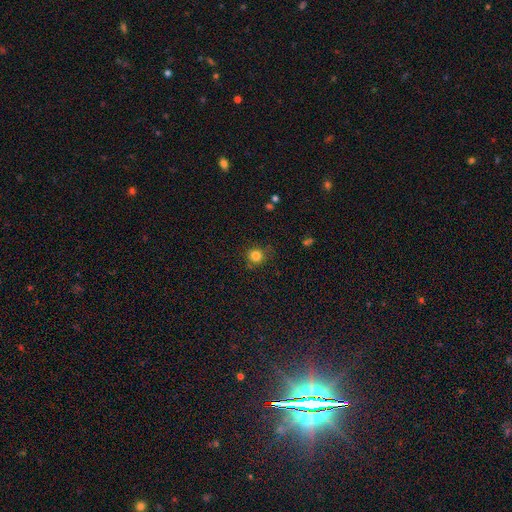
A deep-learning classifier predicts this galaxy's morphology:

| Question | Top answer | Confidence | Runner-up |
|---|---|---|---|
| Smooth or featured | smooth | 83% | star or artifact (12%) |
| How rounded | round | 91% | in between (8%) |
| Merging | none | 82% | minor disturbance (12%) |